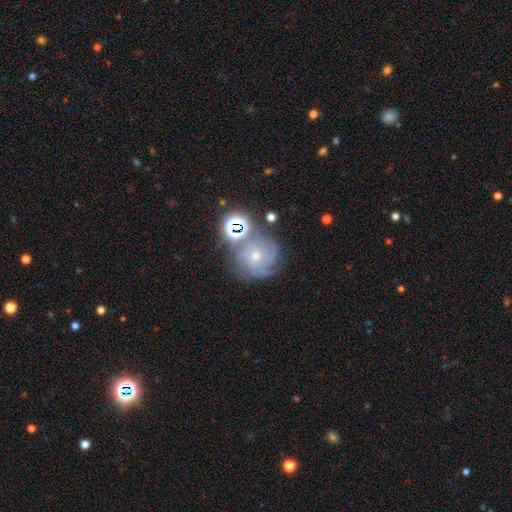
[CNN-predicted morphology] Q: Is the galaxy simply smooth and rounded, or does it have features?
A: featured or disk — 66%.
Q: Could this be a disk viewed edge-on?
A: no — 97%.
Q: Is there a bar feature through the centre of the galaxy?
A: no — 77%.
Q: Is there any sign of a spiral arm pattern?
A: yes — 91%.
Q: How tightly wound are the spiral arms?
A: tight — 58%.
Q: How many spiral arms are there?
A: can't tell — 29%.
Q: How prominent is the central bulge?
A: small — 52%.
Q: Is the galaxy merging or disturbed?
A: none — 62%.